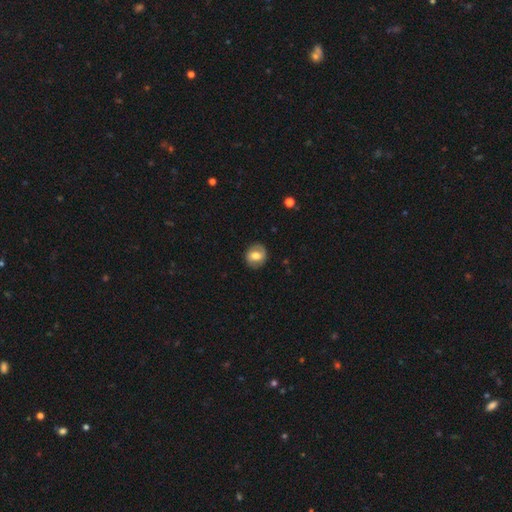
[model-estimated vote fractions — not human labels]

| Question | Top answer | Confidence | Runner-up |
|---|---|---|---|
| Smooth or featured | smooth | 62% | featured or disk (30%) |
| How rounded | round | 72% | in between (26%) |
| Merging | none | 84% | minor disturbance (11%) |